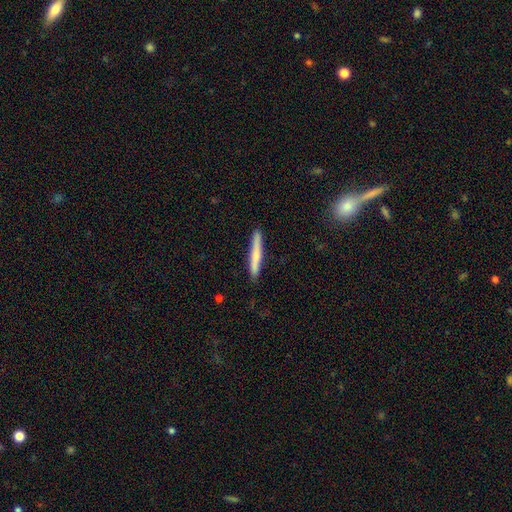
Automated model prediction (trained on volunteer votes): Smooth or featured: smooth — 62% (featured or disk — 32%)
How rounded: cigar-shaped — 95% (in between — 3%)
Merging: none — 90% (minor disturbance — 8%)